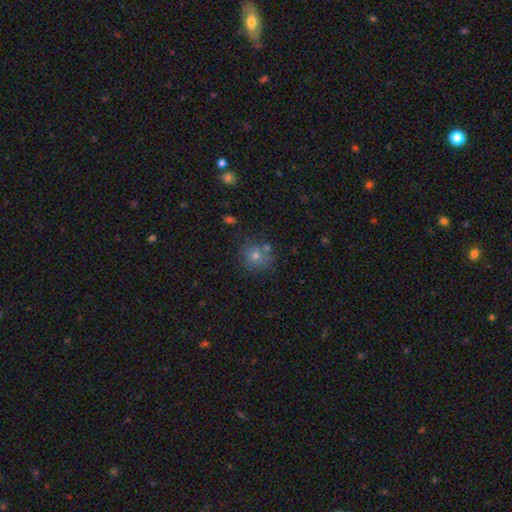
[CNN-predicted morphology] The model was most divided on "smooth or featured": smooth: 68%, star or artifact: 20%, featured or disk: 12%. More confident: how rounded — round (84%); merging — none (72%).